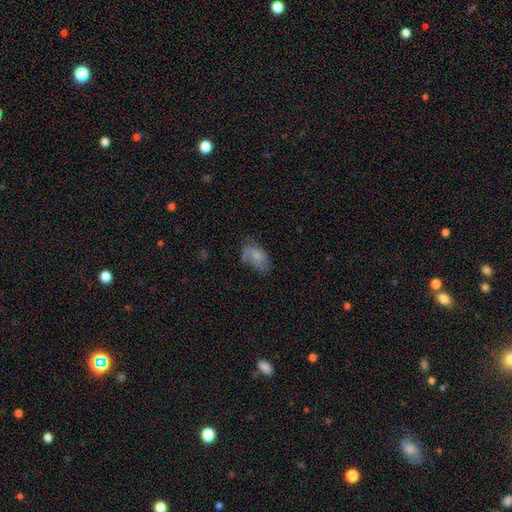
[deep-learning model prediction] smooth-or-featured: smooth: 62% | featured or disk: 29% | star or artifact: 9%
  how-rounded: in between: 91% | round: 7% | cigar-shaped: 2%
  merging: none: 45% | minor disturbance: 30% | major disturbance: 20% | merger: 5%